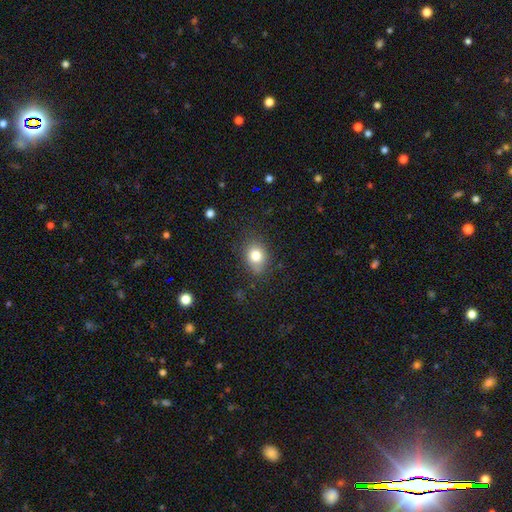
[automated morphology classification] Smooth or featured: smooth — 79% (star or artifact — 11%)
How rounded: in between — 53% (round — 45%)
Merging: none — 77% (minor disturbance — 17%)